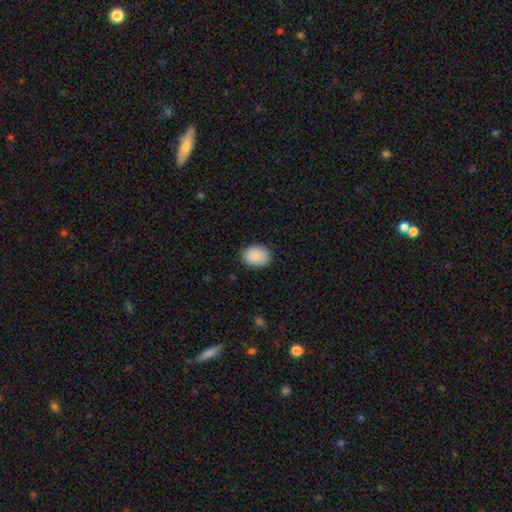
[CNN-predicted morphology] smooth 89%, star or artifact 7%, featured or disk 4%. Down the decision tree: how rounded — in between (67%); merging — none (85%).